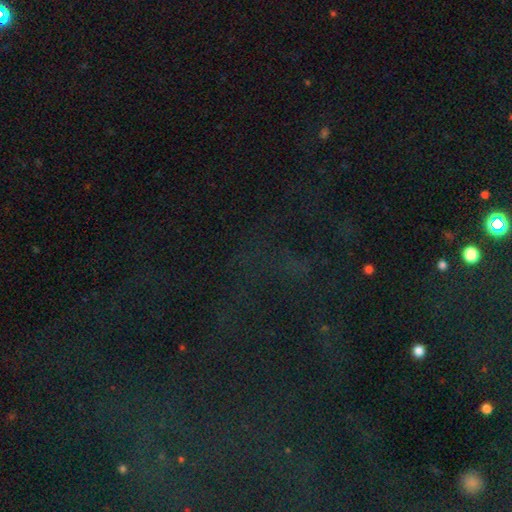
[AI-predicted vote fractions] star or artifact 76%, smooth 14%, featured or disk 11%.